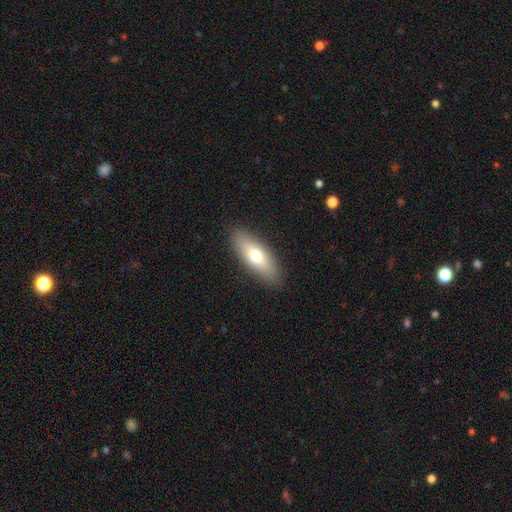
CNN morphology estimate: Smooth or featured?
  - smooth: 68% *
  - featured or disk: 26%
  - star or artifact: 7%
How rounded?
  - in between: 62% *
  - cigar-shaped: 35%
  - round: 3%
Merging?
  - none: 88% *
  - minor disturbance: 9%
  - major disturbance: 2%
  - merger: 1%